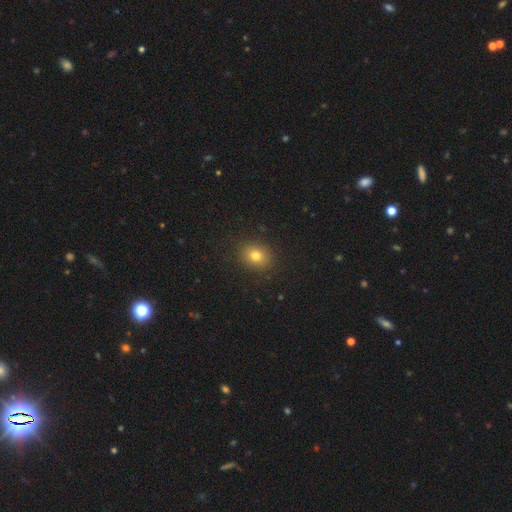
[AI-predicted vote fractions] Q: Smooth or featured?
A: smooth (78%); runner-up: star or artifact (13%)
Q: How rounded?
A: round (58%); runner-up: in between (41%)
Q: Merging?
A: none (88%); runner-up: minor disturbance (8%)